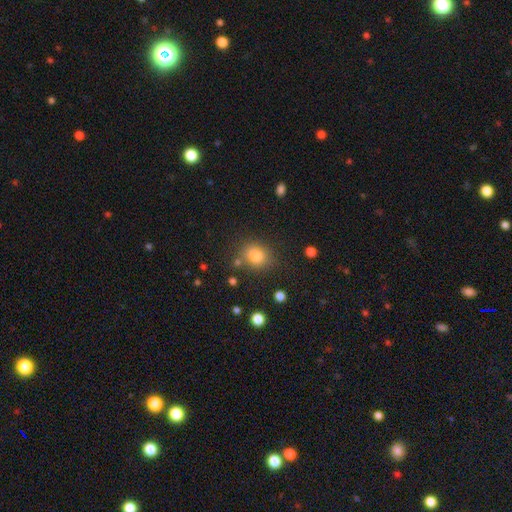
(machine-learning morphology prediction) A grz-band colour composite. It shows a smooth galaxy with no disk features (80%) that is round (71%). Merging: none (77%).